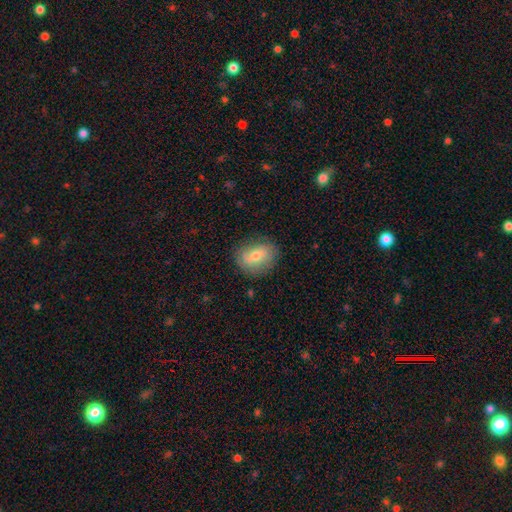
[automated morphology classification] A smooth galaxy with no disk features (65%) that is in between round and cigar-shaped (63%).

Vote fractions:
- Smooth or featured? smooth: 65% / featured or disk: 27% / star or artifact: 8%
- How rounded? in between: 63% / round: 35% / cigar-shaped: 2%
- Merging? none: 80% / minor disturbance: 15% / major disturbance: 4% / merger: 1%